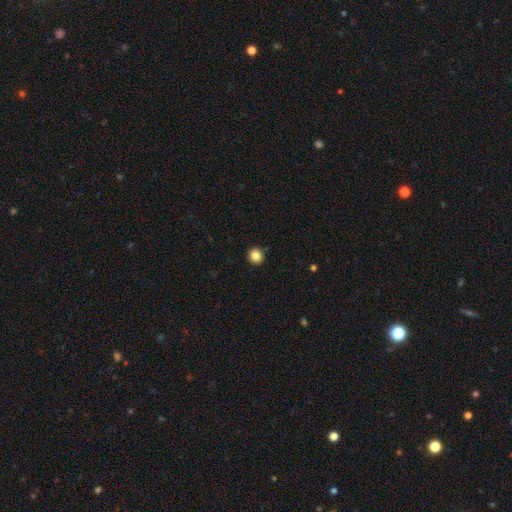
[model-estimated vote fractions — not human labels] Morphology: type=smooth (85%); roundness=round (93%); merging=none (92%).